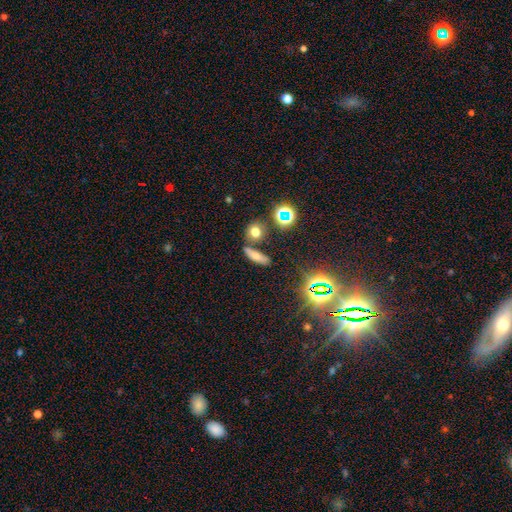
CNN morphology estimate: Smooth or featured?
  - smooth: 61% *
  - star or artifact: 22%
  - featured or disk: 17%
How rounded?
  - cigar-shaped: 51% *
  - in between: 39%
  - round: 10%
Merging?
  - none: 69% *
  - merger: 14%
  - minor disturbance: 12%
  - major disturbance: 5%